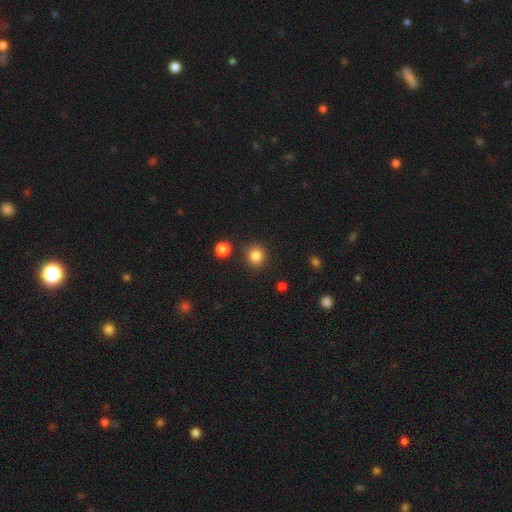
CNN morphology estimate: smooth_or_featured: smooth (p=0.85) [alt: star or artifact p=0.11]
how_rounded: round (p=0.90) [alt: in between p=0.09]
merging: none (p=0.87) [alt: minor disturbance p=0.07]